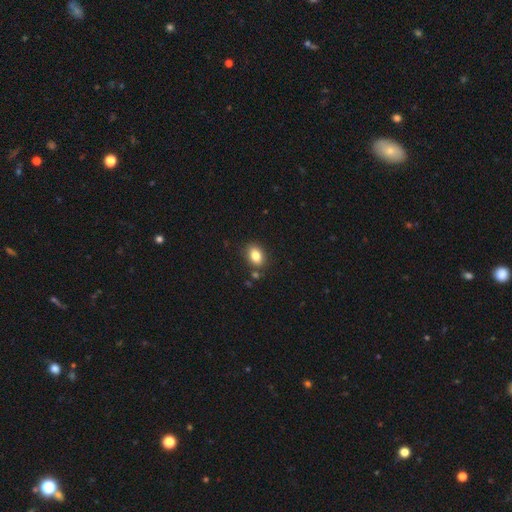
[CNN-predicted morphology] Q: Smooth or featured?
A: smooth (84%); runner-up: star or artifact (9%)
Q: How rounded?
A: in between (79%); runner-up: round (20%)
Q: Merging?
A: none (82%); runner-up: minor disturbance (11%)